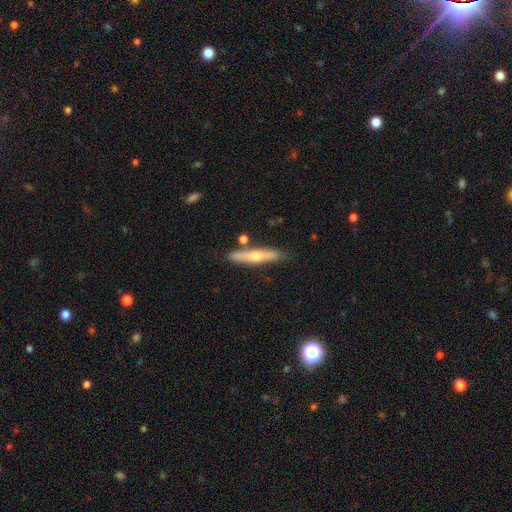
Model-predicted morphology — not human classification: Smooth or featured? featured or disk (49%)
Merging? none (81%)